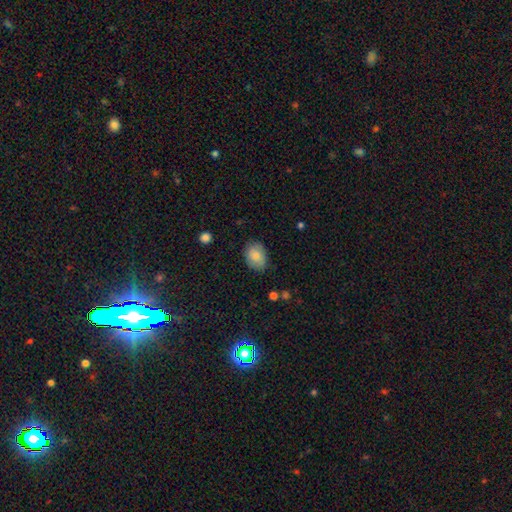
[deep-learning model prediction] Q: Smooth or featured?
A: smooth (83%); runner-up: featured or disk (10%)
Q: How rounded?
A: in between (72%); runner-up: round (27%)
Q: Merging?
A: none (77%); runner-up: minor disturbance (18%)